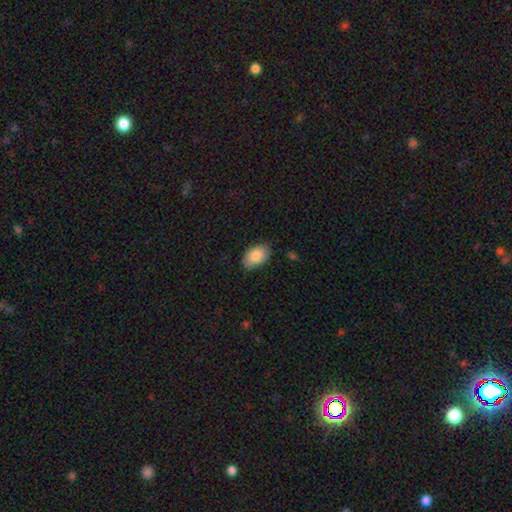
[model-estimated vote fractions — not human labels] Morphology: type=smooth (85%); roundness=in between (91%); merging=none (82%).